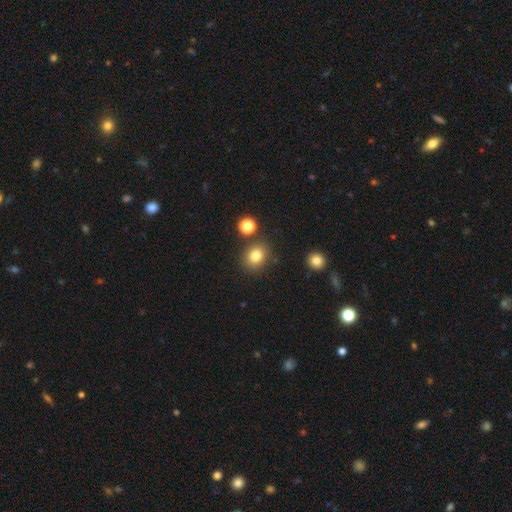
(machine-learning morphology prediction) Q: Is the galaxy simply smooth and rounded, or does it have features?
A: smooth — 81%.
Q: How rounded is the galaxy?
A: round — 66%.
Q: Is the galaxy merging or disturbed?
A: none — 81%.